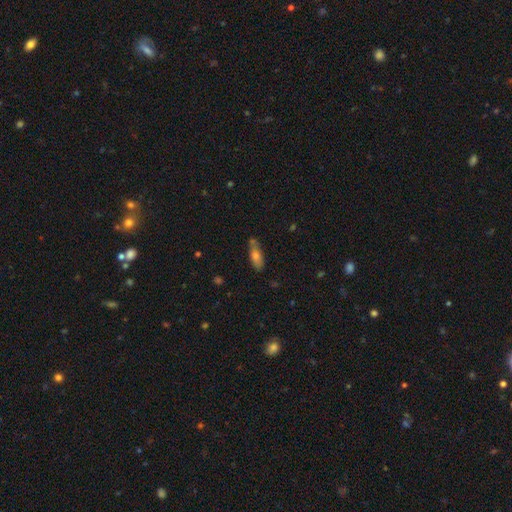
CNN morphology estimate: This appears to be a smooth galaxy with no disk features (66%) that is in between round and cigar-shaped (51%). Merging: none (69%).